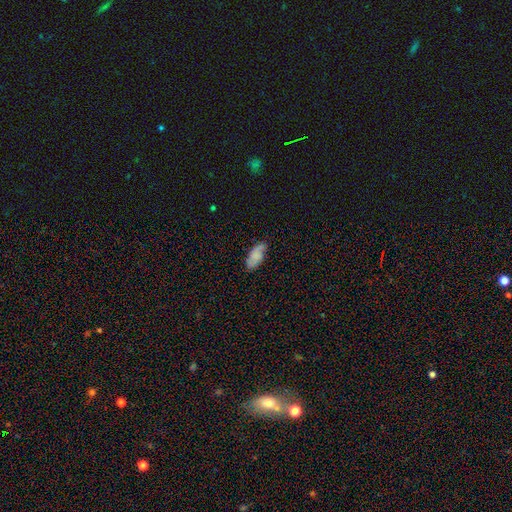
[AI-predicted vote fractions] This appears to be a smooth galaxy with no disk features (66%) that is in between round and cigar-shaped (89%). Merging: none (69%).